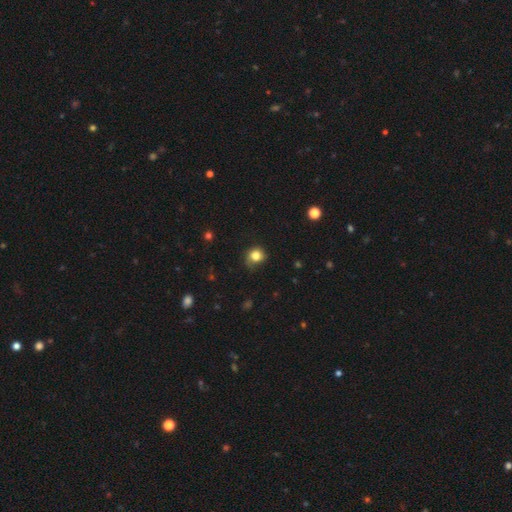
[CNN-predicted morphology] Q: Smooth or featured?
A: smooth (82%); runner-up: star or artifact (11%)
Q: How rounded?
A: round (76%); runner-up: in between (23%)
Q: Merging?
A: none (64%); runner-up: minor disturbance (27%)